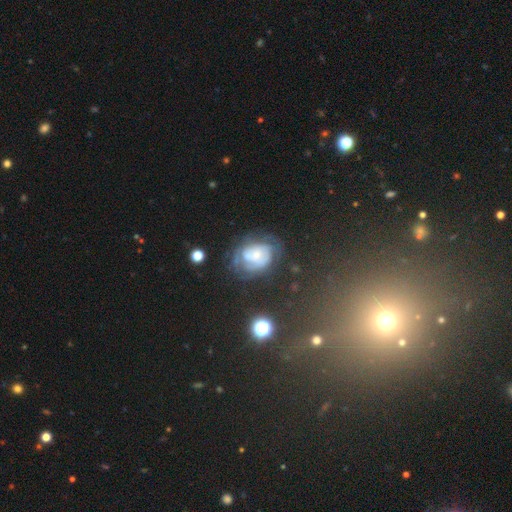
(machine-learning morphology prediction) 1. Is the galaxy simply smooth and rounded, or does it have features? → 61% featured or disk, 26% smooth, 13% star or artifact.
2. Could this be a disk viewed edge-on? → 97% no, 3% yes.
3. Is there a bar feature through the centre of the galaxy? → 73% no, 22% weak, 5% strong.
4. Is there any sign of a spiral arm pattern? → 65% yes, 35% no.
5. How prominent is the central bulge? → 47% small, 28% moderate, 11% none, 11% large, 3% dominant.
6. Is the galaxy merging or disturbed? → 47% none, 25% minor disturbance, 23% major disturbance, 6% merger.